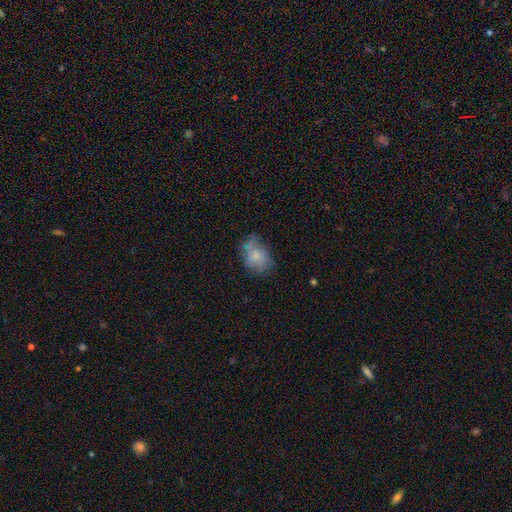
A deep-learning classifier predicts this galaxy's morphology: smooth_or_featured: smooth (p=0.68) [alt: featured or disk p=0.23]
how_rounded: in between (p=0.67) [alt: round p=0.32]
merging: none (p=0.48) [alt: minor disturbance p=0.31]